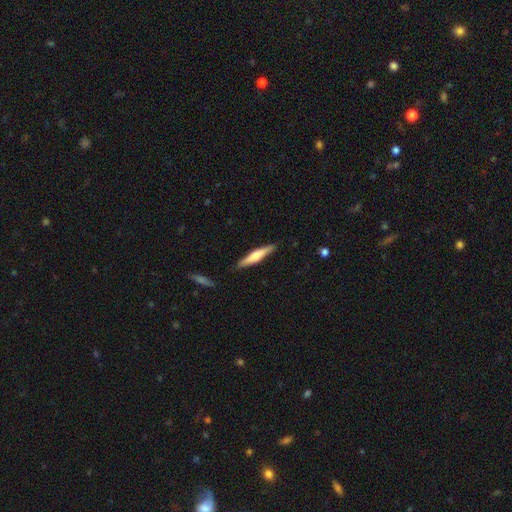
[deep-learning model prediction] The model was most divided on "smooth or featured": smooth: 49%, featured or disk: 45%, star or artifact: 5%. More confident: merging — none (89%).